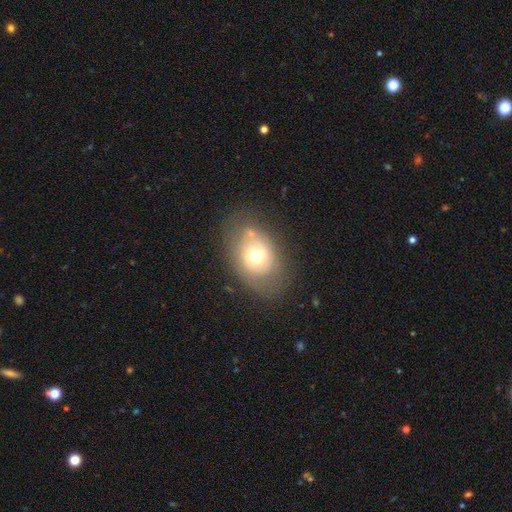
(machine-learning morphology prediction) A smooth galaxy with no disk features (58%) that is in between round and cigar-shaped (73%).

Vote fractions:
- Smooth or featured? smooth: 58% / featured or disk: 32% / star or artifact: 10%
- How rounded? in between: 73% / round: 25% / cigar-shaped: 1%
- Merging? none: 67% / minor disturbance: 20% / major disturbance: 8% / merger: 5%